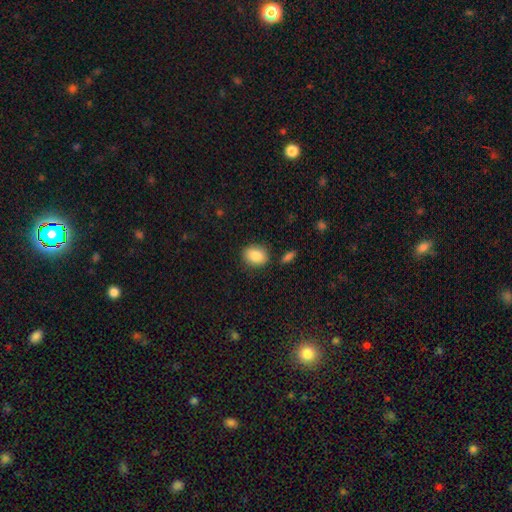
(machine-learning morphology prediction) Q: Smooth or featured?
A: smooth (87%); runner-up: star or artifact (7%)
Q: How rounded?
A: in between (62%); runner-up: round (37%)
Q: Merging?
A: none (83%); runner-up: minor disturbance (10%)